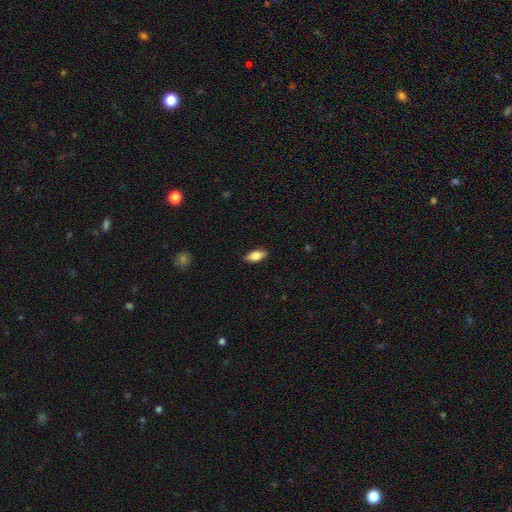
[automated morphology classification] The model was most divided on "smooth or featured": smooth: 80%, featured or disk: 13%, star or artifact: 7%. More confident: merging — none (87%); how rounded — in between (85%).